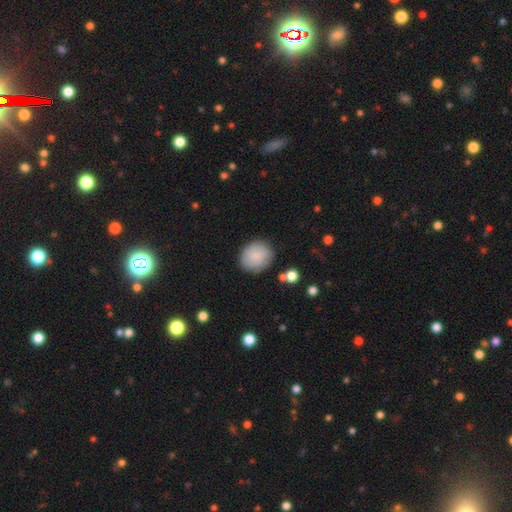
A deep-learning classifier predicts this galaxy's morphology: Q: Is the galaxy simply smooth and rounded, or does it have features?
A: smooth — 80%.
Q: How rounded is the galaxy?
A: round — 67%.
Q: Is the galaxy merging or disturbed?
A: none — 80%.